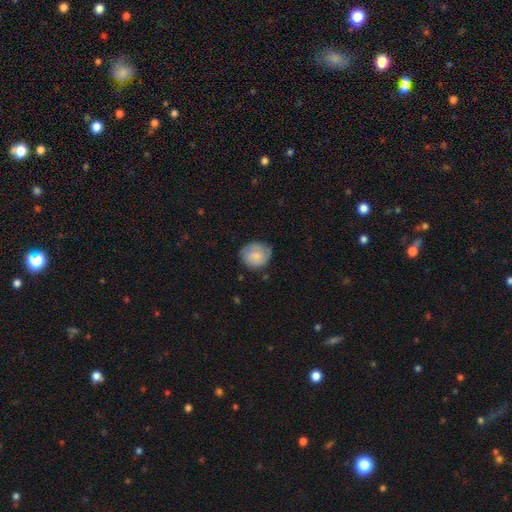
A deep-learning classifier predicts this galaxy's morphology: smooth_or_featured: smooth (p=0.60) [alt: featured or disk p=0.33]
how_rounded: round (p=0.80) [alt: in between p=0.19]
merging: none (p=0.72) [alt: minor disturbance p=0.21]